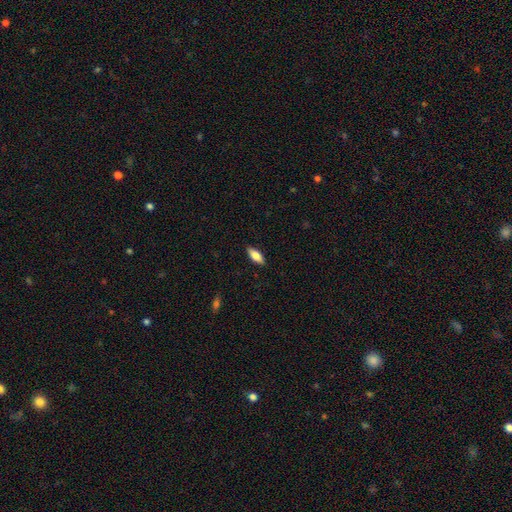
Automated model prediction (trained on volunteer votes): Smooth or featured: smooth — 74% (featured or disk — 19%)
How rounded: in between — 72% (cigar-shaped — 25%)
Merging: none — 88% (minor disturbance — 9%)